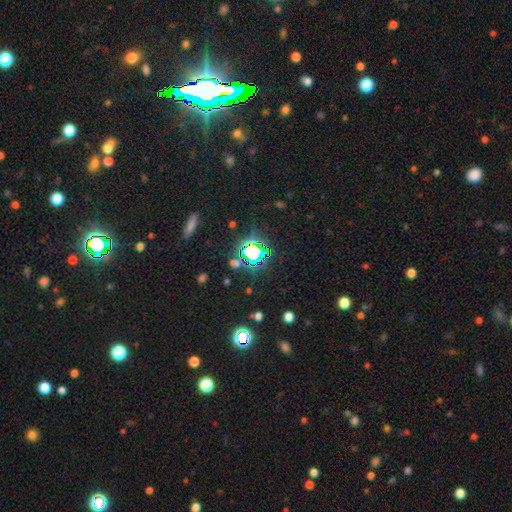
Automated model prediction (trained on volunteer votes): Smooth or featured? Predicted: star or artifact (p=0.72).